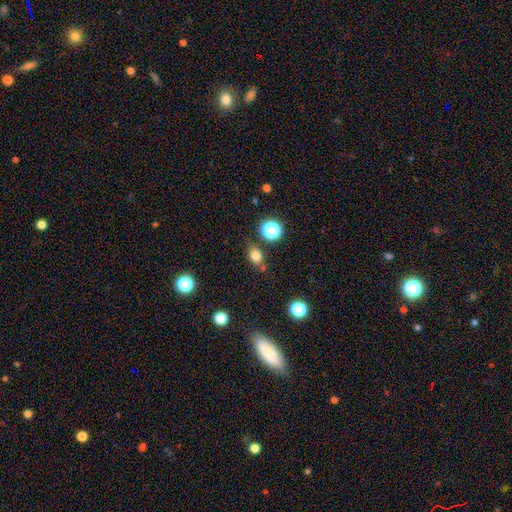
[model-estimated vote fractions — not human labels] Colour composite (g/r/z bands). It shows a smooth galaxy with no disk features (77%) that is in between round and cigar-shaped (55%). Merging: none (74%).